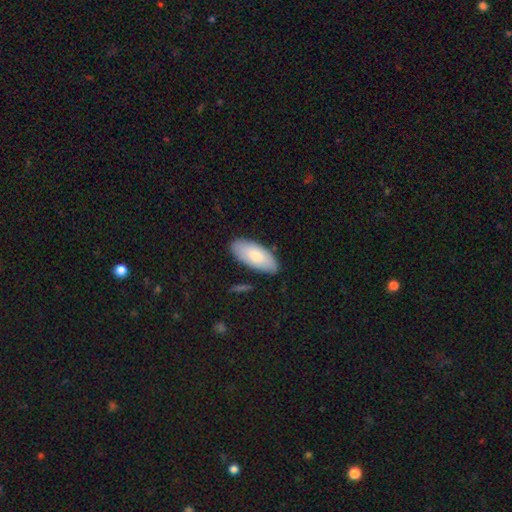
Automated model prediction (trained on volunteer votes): Smooth or featured?
  - smooth: 78% *
  - featured or disk: 17%
  - star or artifact: 5%
How rounded?
  - in between: 91% *
  - cigar-shaped: 8%
  - round: 2%
Merging?
  - none: 83% *
  - minor disturbance: 12%
  - major disturbance: 2%
  - merger: 2%